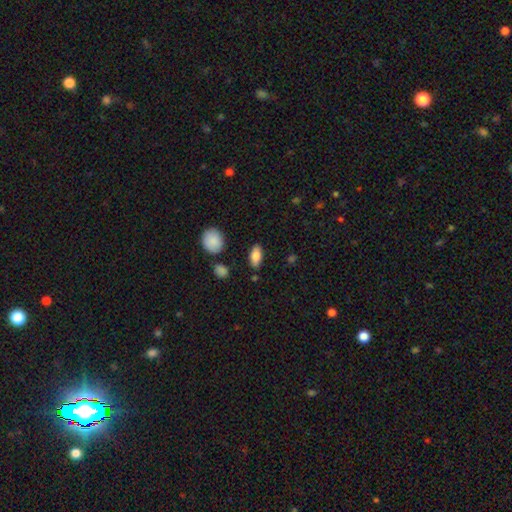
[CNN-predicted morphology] Overall: smooth (83%). How rounded: in between (88%). Merging: none (84%).